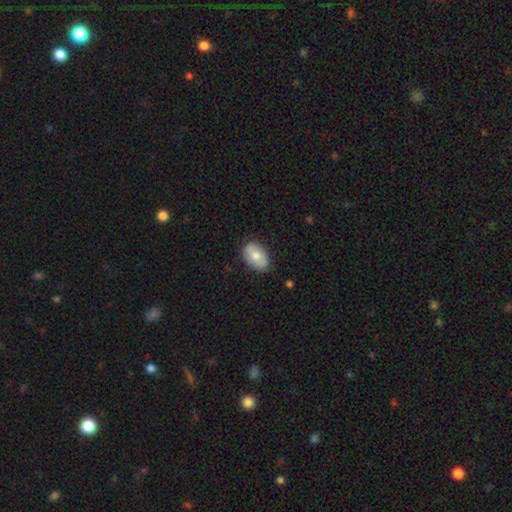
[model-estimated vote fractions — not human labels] A smooth galaxy with no disk features (72%) that is in between round and cigar-shaped (88%). Merging: none (81%).